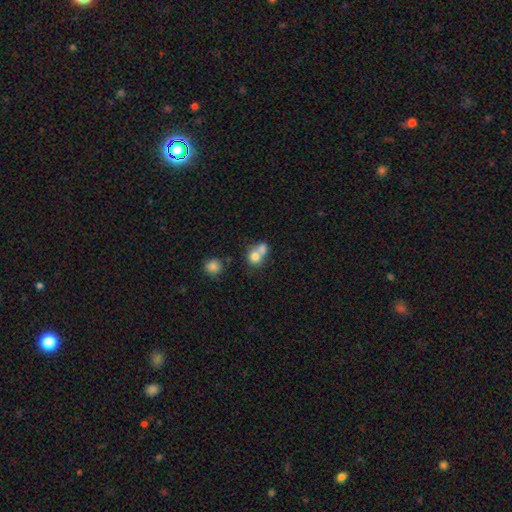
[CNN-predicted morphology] A smooth galaxy with no disk features (74%) that is round (71%). Merging: merger (62%).